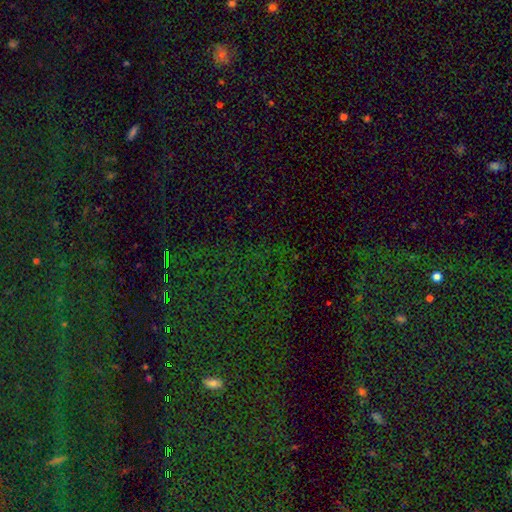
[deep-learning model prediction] The model was most divided on "smooth or featured": star or artifact: 79%, smooth: 12%, featured or disk: 9%.